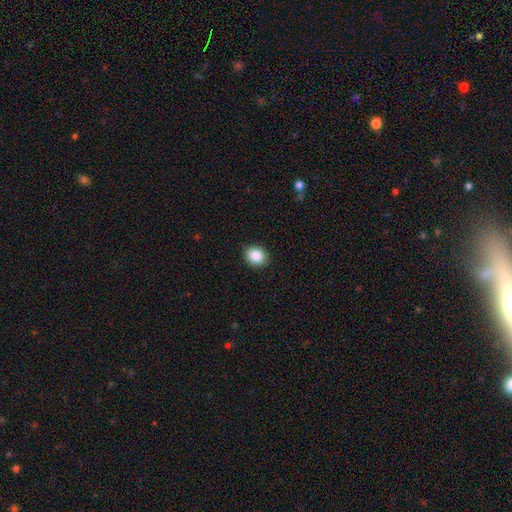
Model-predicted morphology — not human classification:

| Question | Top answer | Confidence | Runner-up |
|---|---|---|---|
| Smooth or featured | smooth | 88% | star or artifact (8%) |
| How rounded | round | 64% | in between (35%) |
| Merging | none | 89% | minor disturbance (8%) |